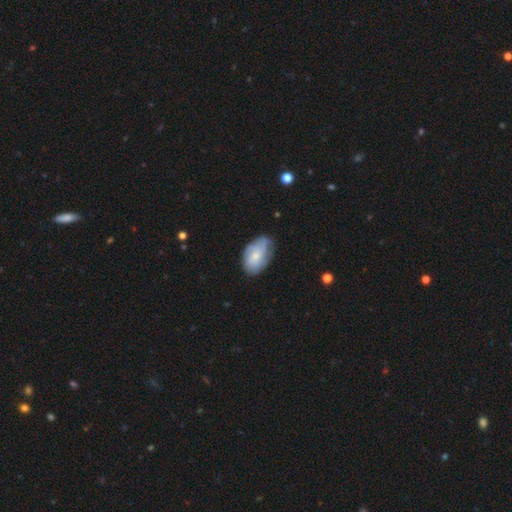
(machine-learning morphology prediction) This is possibly a smooth galaxy (55%). How rounded: clearly in between (90%). Merging: likely none (60%).